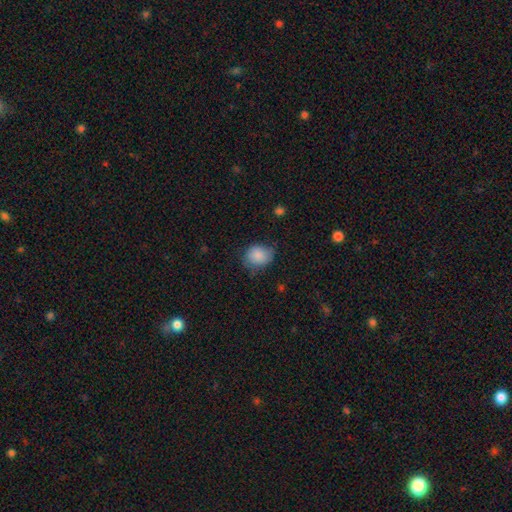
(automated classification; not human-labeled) Morphology: type=smooth (86%); roundness=round (57%); merging=none (64%).